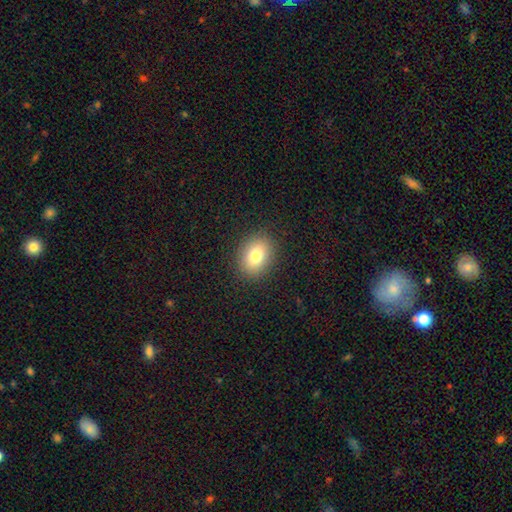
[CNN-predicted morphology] Smooth or featured?
  - smooth: 79% *
  - featured or disk: 11%
  - star or artifact: 10%
How rounded?
  - in between: 65% *
  - round: 34%
  - cigar-shaped: 1%
Merging?
  - none: 88% *
  - minor disturbance: 8%
  - major disturbance: 3%
  - merger: 1%